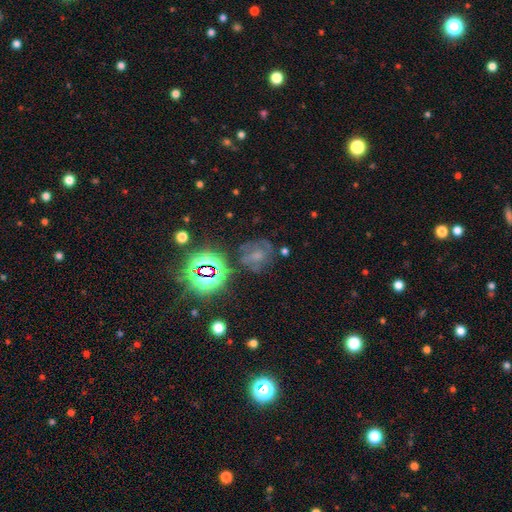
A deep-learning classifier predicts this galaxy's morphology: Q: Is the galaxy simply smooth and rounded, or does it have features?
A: star or artifact — 42%.